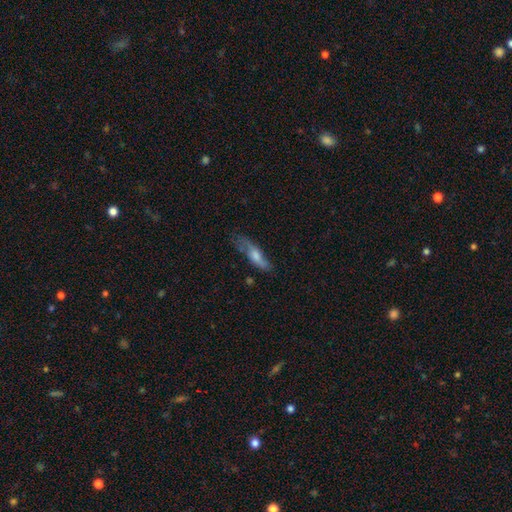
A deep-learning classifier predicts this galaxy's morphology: smooth-or-featured: smooth: 53% | featured or disk: 40% | star or artifact: 7%
  how-rounded: cigar-shaped: 62% | in between: 35% | round: 2%
  merging: none: 57% | minor disturbance: 28% | major disturbance: 13% | merger: 3%